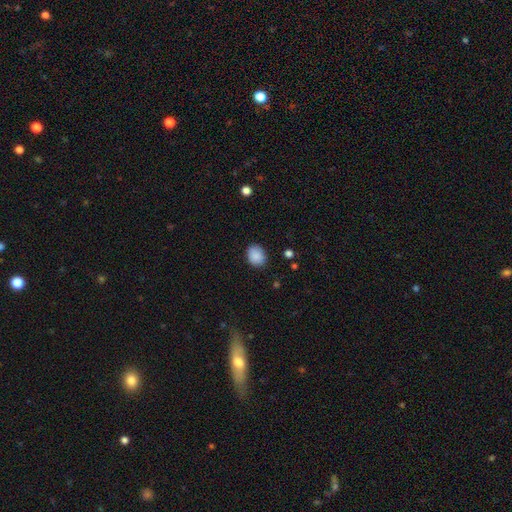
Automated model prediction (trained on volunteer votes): A smooth galaxy with no disk features (89%) that is round (50%).

Vote fractions:
- Smooth or featured? smooth: 89% / star or artifact: 8% / featured or disk: 4%
- How rounded? round: 50% / in between: 49% / cigar-shaped: 1%
- Merging? none: 84% / minor disturbance: 12% / major disturbance: 3% / merger: 1%